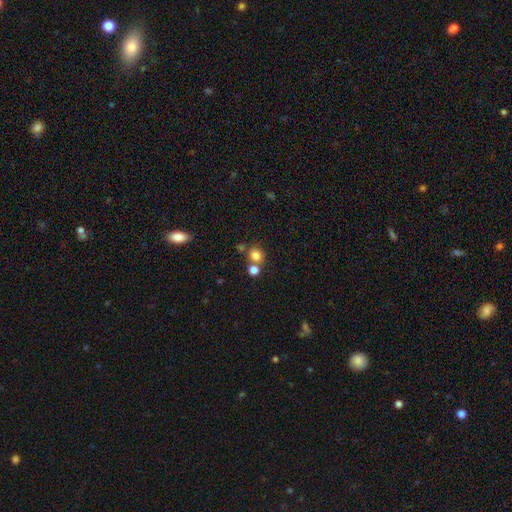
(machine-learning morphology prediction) Smooth or featured: smooth — 80% (star or artifact — 13%)
How rounded: round — 84% (in between — 15%)
Merging: none — 62% (merger — 26%)